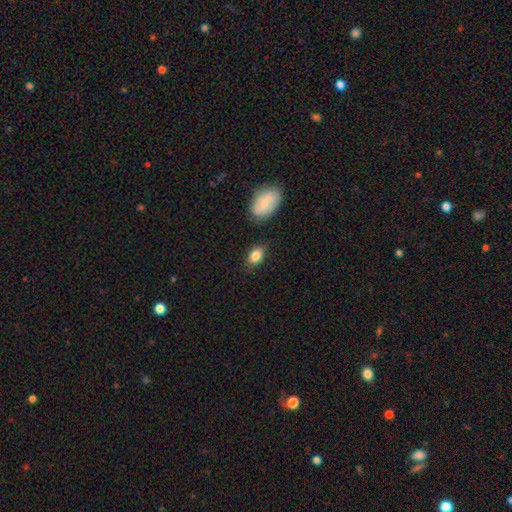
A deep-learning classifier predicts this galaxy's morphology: The model was most divided on "merging": none: 78%, minor disturbance: 14%, merger: 4%, major disturbance: 3%. More confident: how rounded — in between (86%); smooth or featured — smooth (85%).